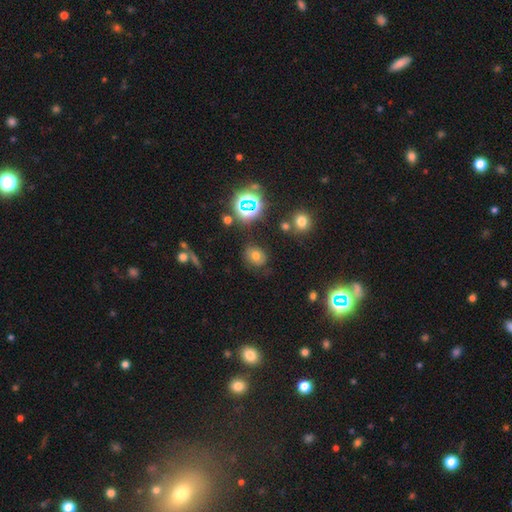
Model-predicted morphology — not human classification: Q: Smooth or featured?
A: smooth (62%); runner-up: star or artifact (23%)
Q: How rounded?
A: round (60%); runner-up: in between (39%)
Q: Merging?
A: none (77%); runner-up: minor disturbance (15%)